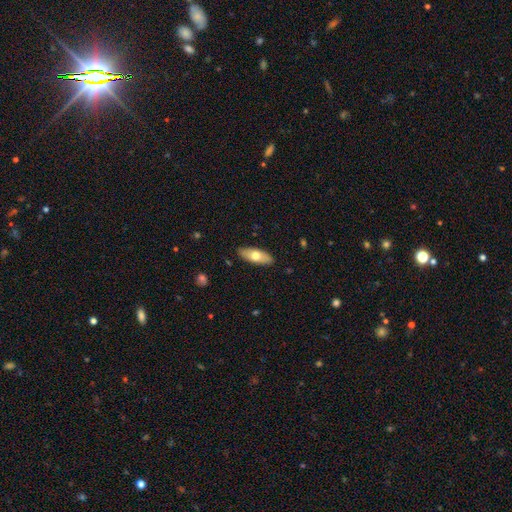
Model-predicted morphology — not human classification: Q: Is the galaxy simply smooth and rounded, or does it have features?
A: smooth — 65%.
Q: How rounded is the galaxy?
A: in between — 75%.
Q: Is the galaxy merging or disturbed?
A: none — 88%.